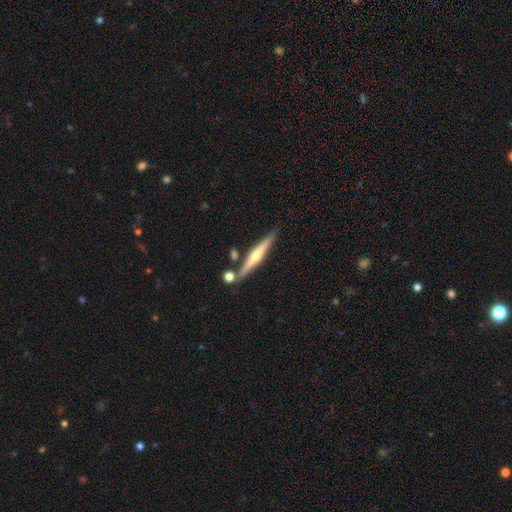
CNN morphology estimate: type=featured or disk (64%); edge-on=yes (97%); edge-on bulge=rounded (81%); merging=none (78%).